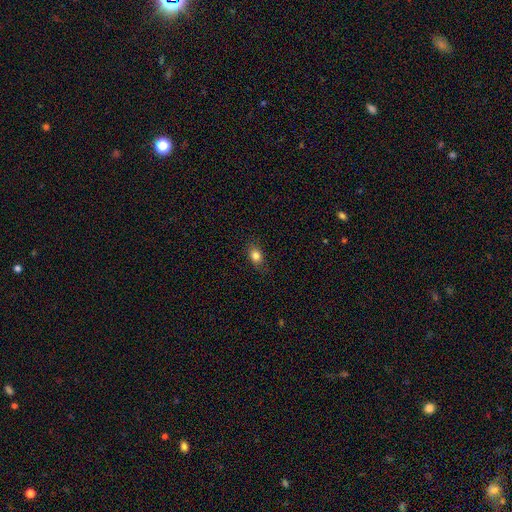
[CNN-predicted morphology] Smooth or featured: smooth — 82% (star or artifact — 10%)
How rounded: in between — 68% (round — 29%)
Merging: none — 81% (minor disturbance — 14%)